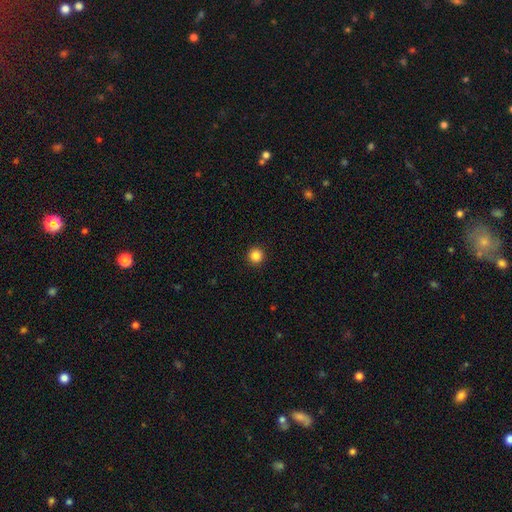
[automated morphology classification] This appears to be a smooth galaxy with no disk features (86%) that is round (96%). Merging: none (93%).